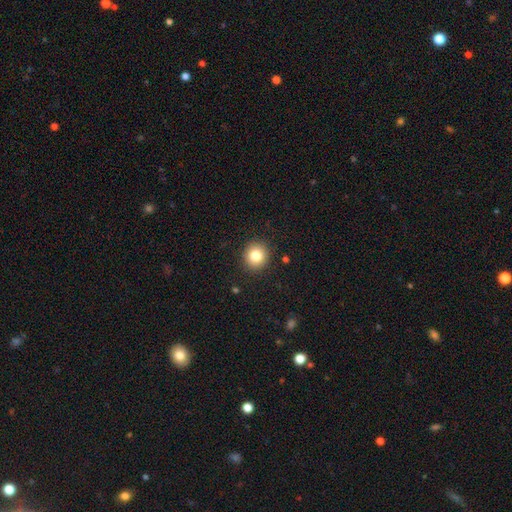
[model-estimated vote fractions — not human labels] This is clearly a smooth galaxy (82%). How rounded: clearly round (88%). Merging: clearly none (91%).